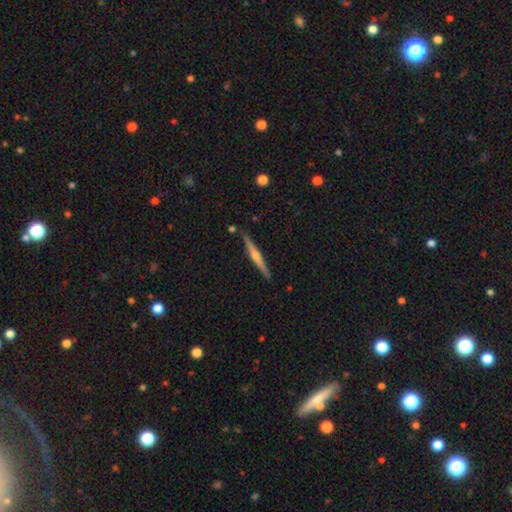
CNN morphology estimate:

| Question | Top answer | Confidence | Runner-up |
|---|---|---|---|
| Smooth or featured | featured or disk | 71% | smooth (23%) |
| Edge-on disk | yes | 98% | no (2%) |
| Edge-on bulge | rounded | 82% | none (11%) |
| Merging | none | 89% | minor disturbance (8%) |